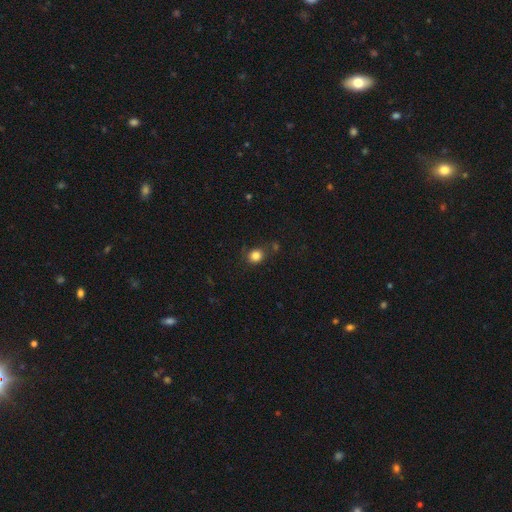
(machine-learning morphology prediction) Q: Smooth or featured?
A: smooth (82%); runner-up: star or artifact (12%)
Q: How rounded?
A: round (76%); runner-up: in between (23%)
Q: Merging?
A: none (76%); runner-up: minor disturbance (14%)